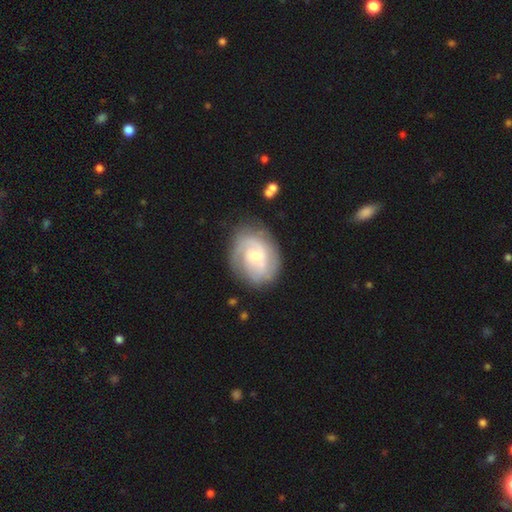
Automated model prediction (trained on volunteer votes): Q: Smooth or featured?
A: featured or disk (72%); runner-up: smooth (22%)
Q: Edge-on disk?
A: no (97%); runner-up: yes (3%)
Q: Bar?
A: no (63%); runner-up: weak (31%)
Q: Spiral arms?
A: yes (85%); runner-up: no (15%)
Q: Spiral winding?
A: tight (52%); runner-up: medium (35%)
Q: Spiral arm count?
A: 2 (39%); runner-up: can't tell (33%)
Q: Bulge size?
A: small (48%); runner-up: moderate (46%)
Q: Merging?
A: none (67%); runner-up: minor disturbance (20%)